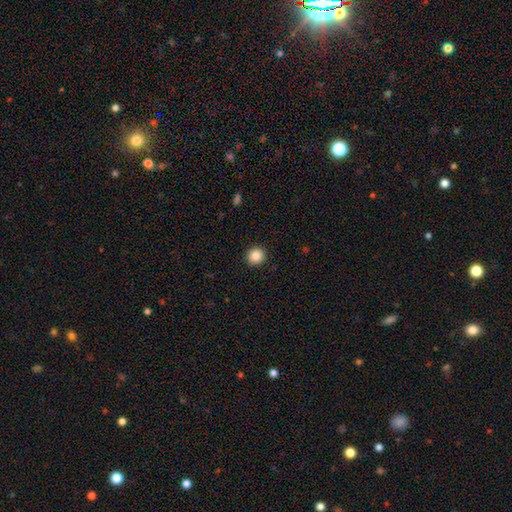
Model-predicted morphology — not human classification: Overall: smooth (86%). How rounded: round (93%). Merging: none (93%).